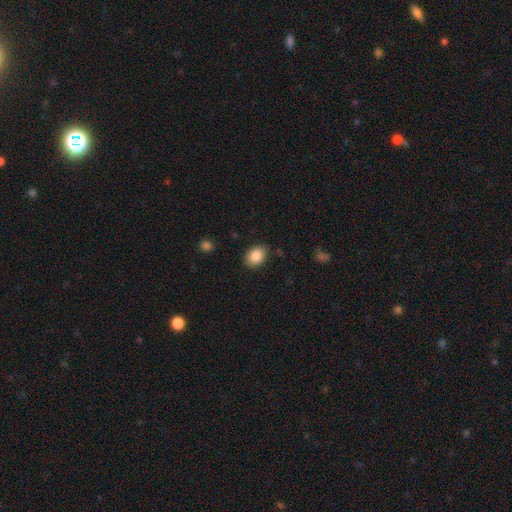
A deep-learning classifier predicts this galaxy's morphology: A smooth galaxy with no disk features (86%) that is in between round and cigar-shaped (70%). Merging: none (81%).